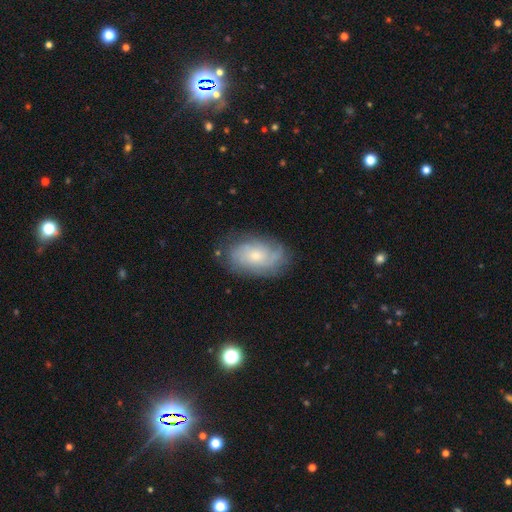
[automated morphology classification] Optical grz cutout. It shows a featured or disk galaxy (64%) with no bar (77%), tight (51%) spiral arms (86%) and a small central bulge (59%). Merging: none (73%).